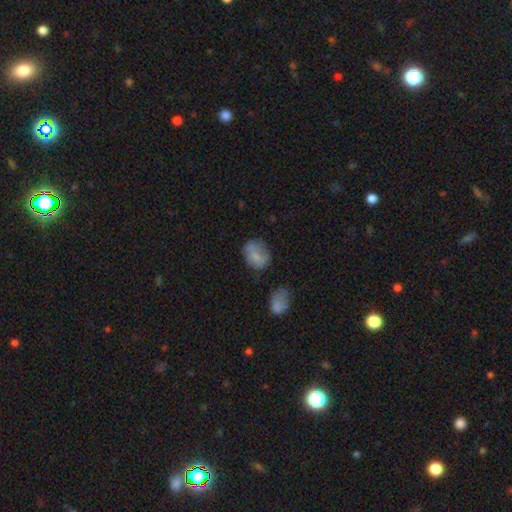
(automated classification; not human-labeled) This is likely a smooth galaxy (74%). How rounded: possibly in between (60%). Merging: possibly none (52%).